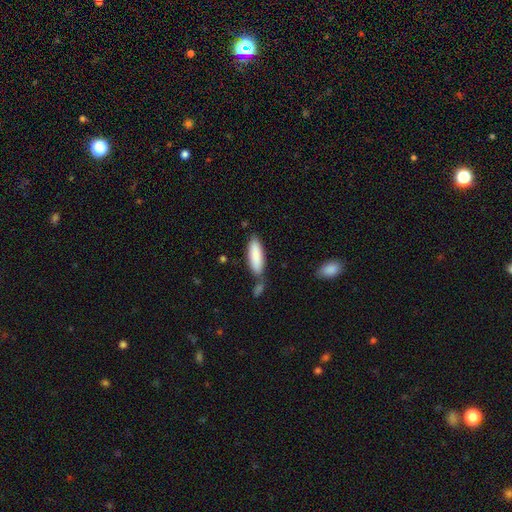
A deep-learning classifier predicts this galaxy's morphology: A smooth galaxy with no disk features (87%) that is in between round and cigar-shaped (50%). Merging: none (63%).